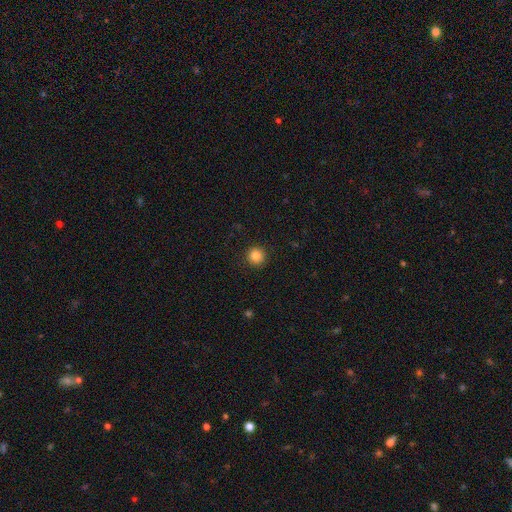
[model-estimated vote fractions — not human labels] Overall: smooth (85%). How rounded: round (95%). Merging: none (92%).